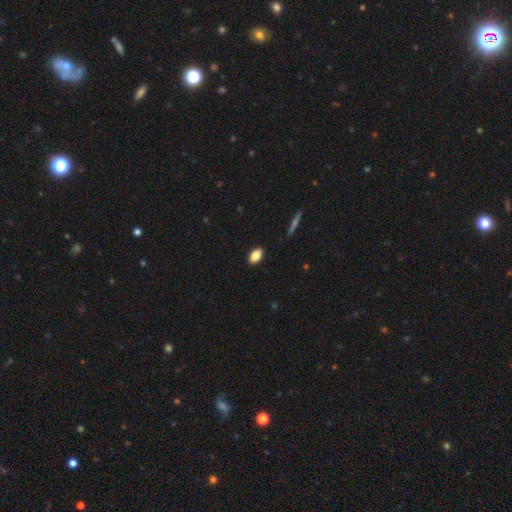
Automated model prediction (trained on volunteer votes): Smooth or featured?
  - smooth: 86% *
  - star or artifact: 8%
  - featured or disk: 6%
How rounded?
  - in between: 90% *
  - round: 8%
  - cigar-shaped: 3%
Merging?
  - none: 90% *
  - minor disturbance: 8%
  - major disturbance: 2%
  - merger: 1%